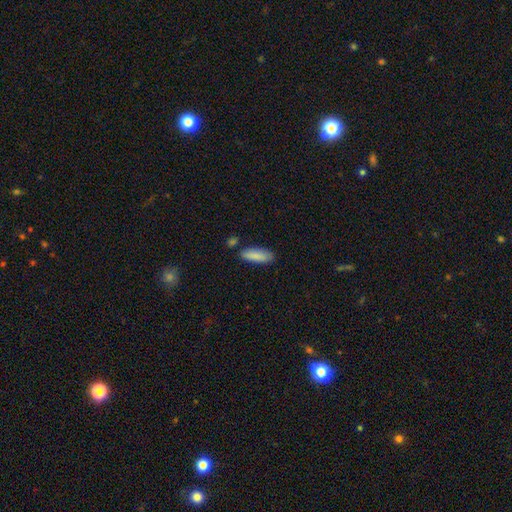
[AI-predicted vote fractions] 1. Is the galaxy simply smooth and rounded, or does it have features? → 87% smooth, 7% featured or disk, 6% star or artifact.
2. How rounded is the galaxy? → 57% in between, 41% cigar-shaped, 2% round.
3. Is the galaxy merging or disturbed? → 79% none, 14% minor disturbance, 5% merger, 3% major disturbance.